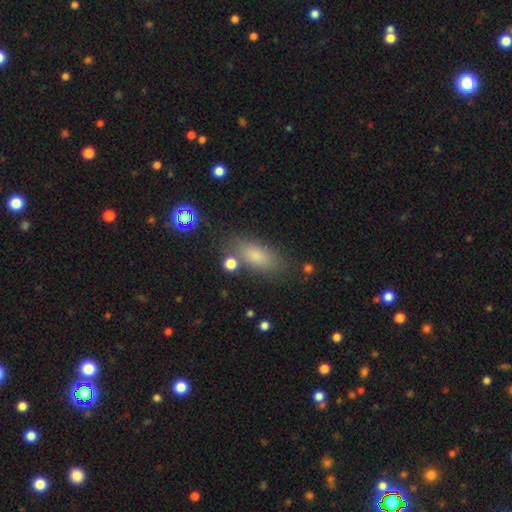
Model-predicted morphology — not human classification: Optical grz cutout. It shows a smooth galaxy with no disk features (78%) that is in between round and cigar-shaped (79%). Merging: none (74%).